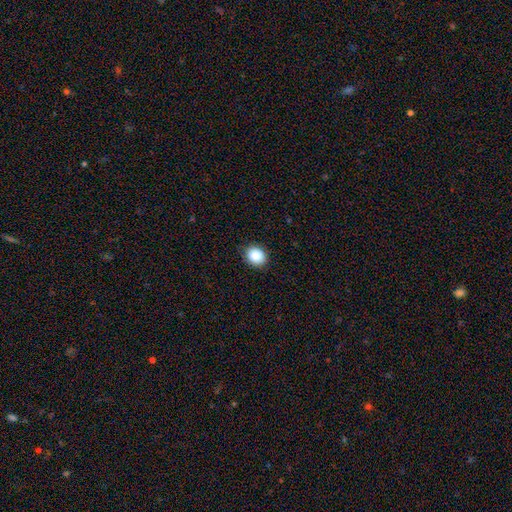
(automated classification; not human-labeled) smooth_or_featured: smooth (p=0.88) [alt: star or artifact p=0.08]
how_rounded: round (p=0.60) [alt: in between p=0.39]
merging: none (p=0.87) [alt: minor disturbance p=0.10]